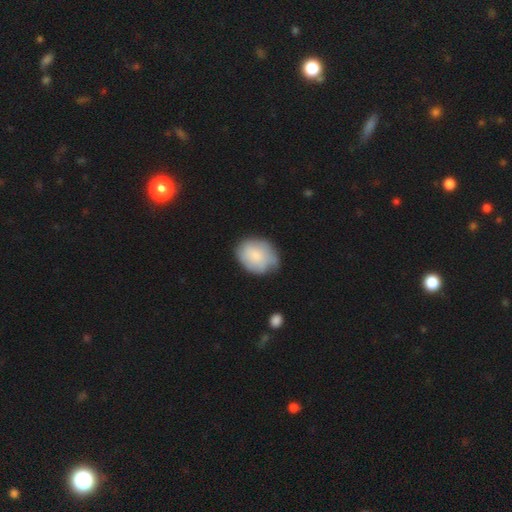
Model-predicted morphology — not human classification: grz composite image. It shows a smooth galaxy with no disk features (76%) that is in between round and cigar-shaped (63%). Merging: none (52%).